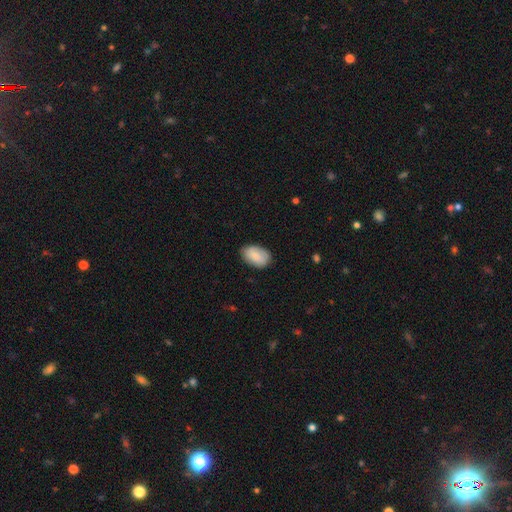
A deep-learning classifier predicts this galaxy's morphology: This appears to be a smooth galaxy with no disk features (81%) that is in between round and cigar-shaped (91%). Merging: none (81%).